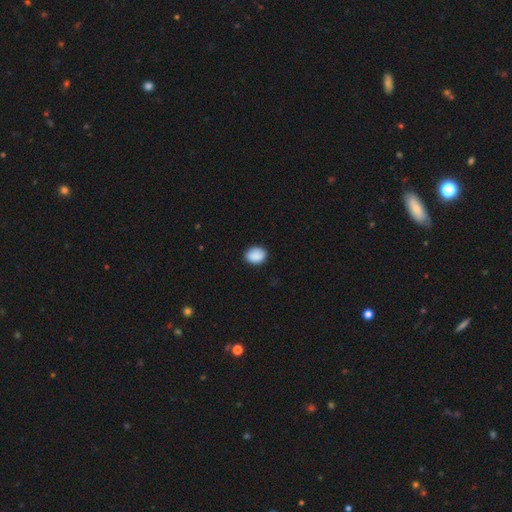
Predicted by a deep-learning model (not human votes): A smooth galaxy with no disk features (90%) that is in between round and cigar-shaped (56%). Merging: none (87%).